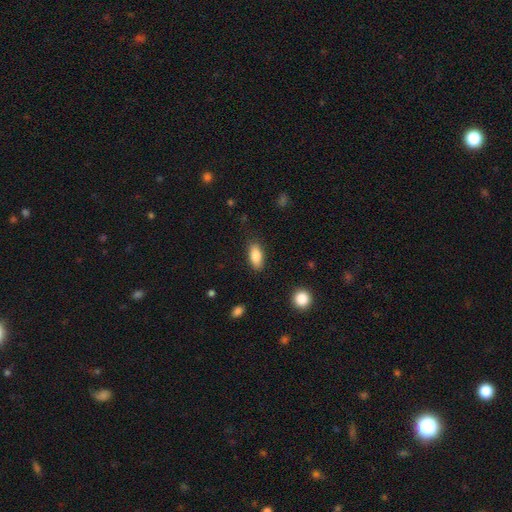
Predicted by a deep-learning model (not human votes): A smooth galaxy with no disk features (85%) that is in between round and cigar-shaped (87%). Merging: none (84%).